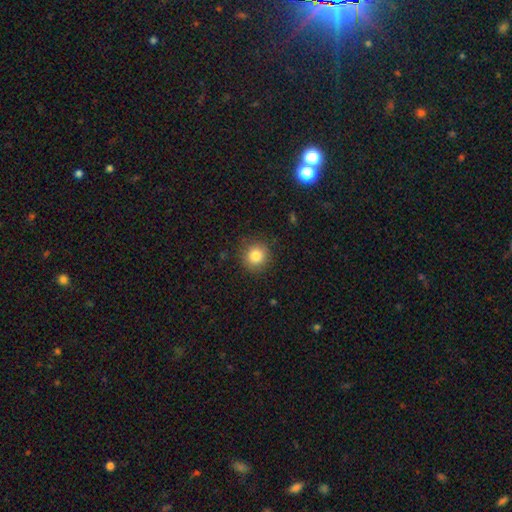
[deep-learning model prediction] A smooth galaxy with no disk features (84%) that is round (93%). Merging: none (89%).